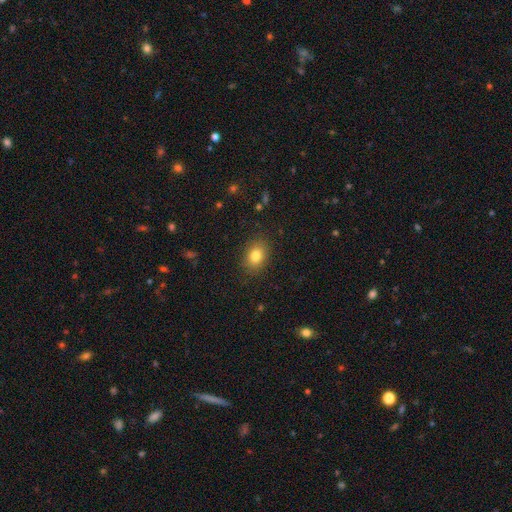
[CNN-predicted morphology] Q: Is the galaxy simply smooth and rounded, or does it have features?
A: smooth — 82%.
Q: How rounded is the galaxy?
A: in between — 66%.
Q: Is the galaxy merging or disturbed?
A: none — 87%.